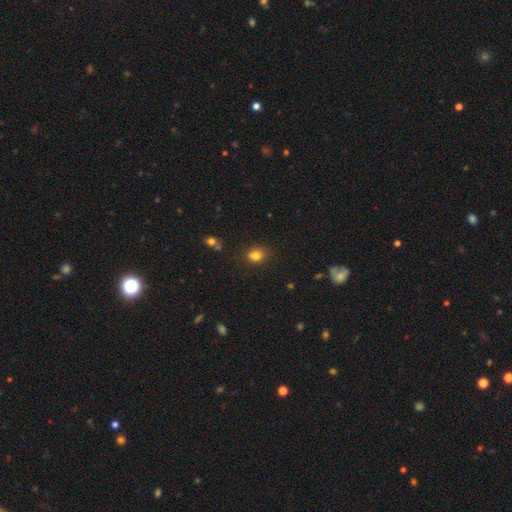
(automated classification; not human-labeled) Smooth or featured? smooth (77%)
How rounded? round (58%)
Merging? none (61%)